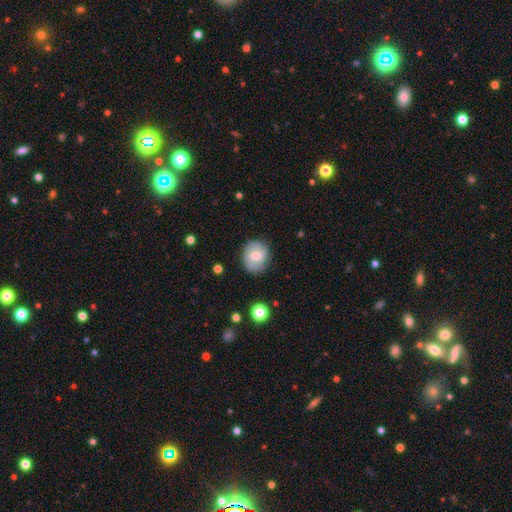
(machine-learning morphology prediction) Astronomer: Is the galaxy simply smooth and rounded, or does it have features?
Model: smooth — 58% (runner-up: featured or disk, 34%).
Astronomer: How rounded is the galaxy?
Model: round — 74%.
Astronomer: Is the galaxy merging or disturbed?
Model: none — 79%.